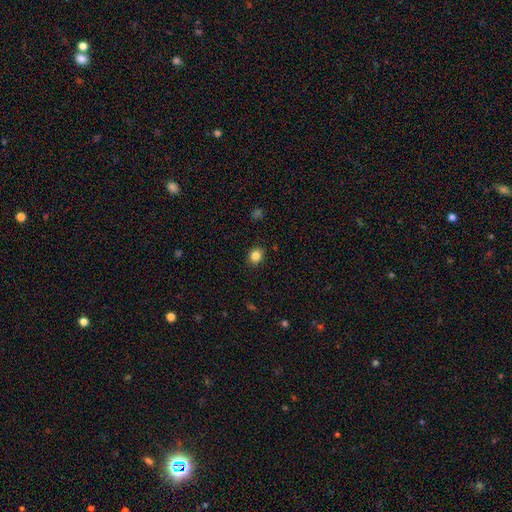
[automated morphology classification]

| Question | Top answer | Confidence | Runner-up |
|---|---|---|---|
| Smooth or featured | smooth | 84% | star or artifact (11%) |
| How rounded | round | 67% | in between (32%) |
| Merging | none | 90% | minor disturbance (7%) |